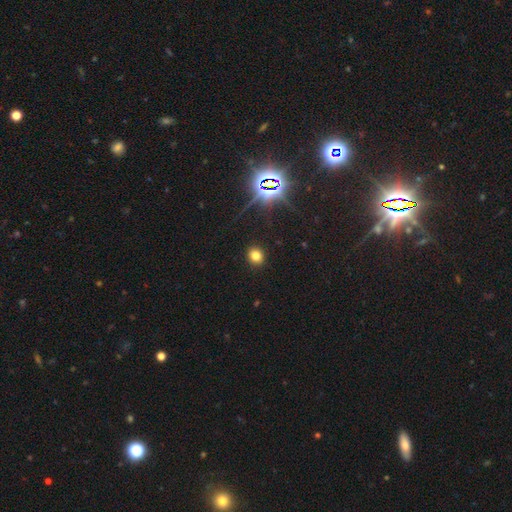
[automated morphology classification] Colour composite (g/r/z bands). It shows a smooth galaxy with no disk features (74%) that is round (78%). Merging: none (91%).